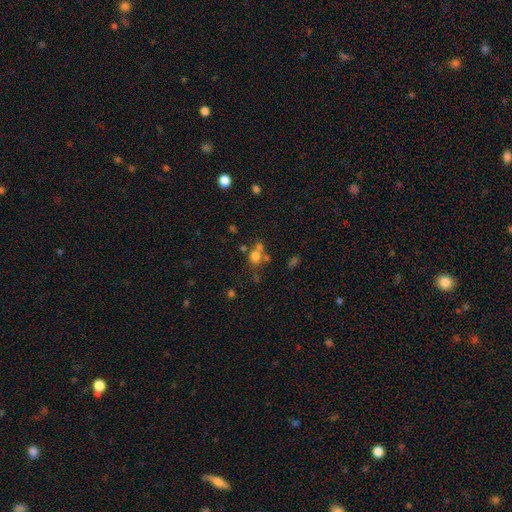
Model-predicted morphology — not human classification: smooth 68%, star or artifact 18%, featured or disk 14%. Down the decision tree: how rounded — round (74%); merging — none (46%).